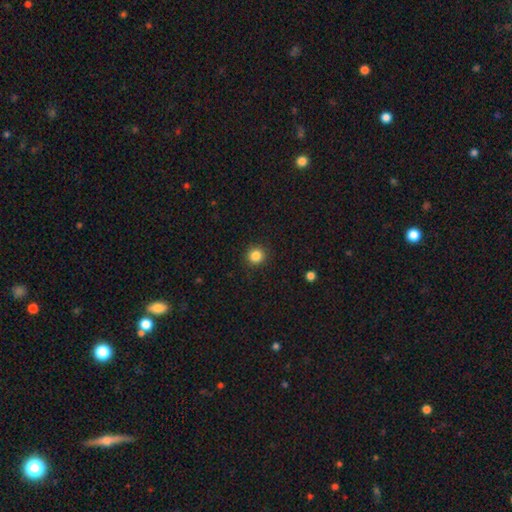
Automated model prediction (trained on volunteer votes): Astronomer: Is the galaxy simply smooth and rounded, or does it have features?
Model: smooth — 85%.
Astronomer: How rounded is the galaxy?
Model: round — 93%.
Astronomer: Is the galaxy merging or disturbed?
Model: none — 92%.